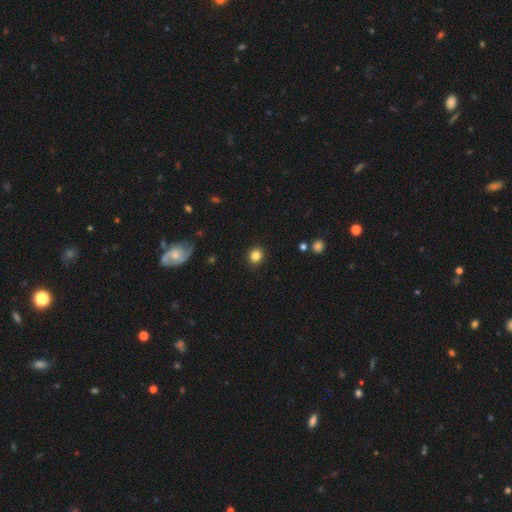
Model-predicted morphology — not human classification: smooth-or-featured: smooth: 84% | star or artifact: 11% | featured or disk: 5%
  how-rounded: round: 87% | in between: 12% | cigar-shaped: 1%
  merging: none: 91% | minor disturbance: 6% | major disturbance: 2% | merger: 1%